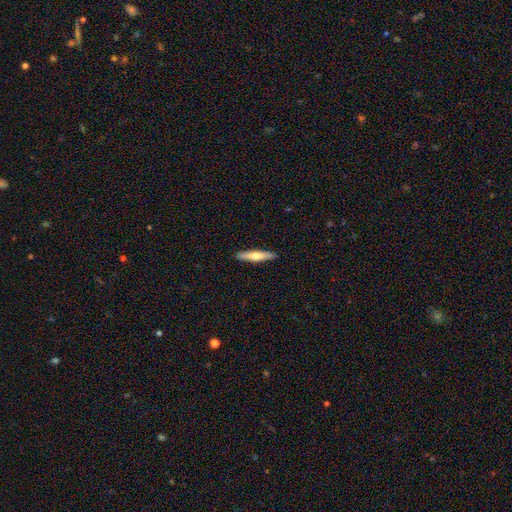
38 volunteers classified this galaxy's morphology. type=smooth (66%); roundness=cigar-shaped (92%); merging=none (89%).